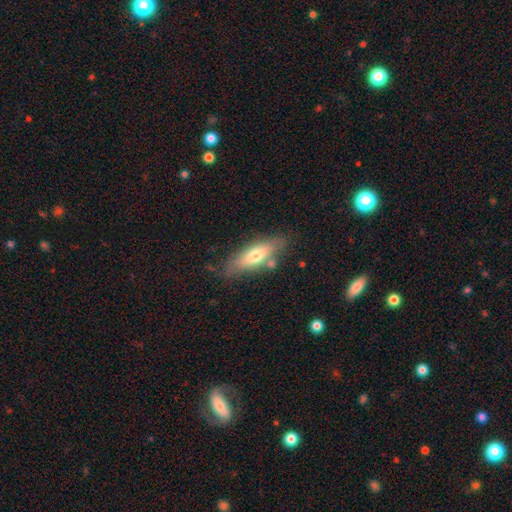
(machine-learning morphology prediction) smooth 61%, featured or disk 32%, star or artifact 6%. Down the decision tree: how rounded — in between (57%); merging — none (72%).